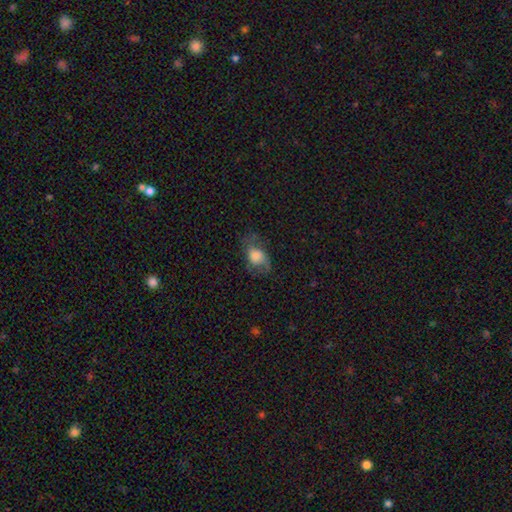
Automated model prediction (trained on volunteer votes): Smooth or featured: smooth — 63% (featured or disk — 27%)
How rounded: in between — 71% (round — 27%)
Merging: none — 49% (minor disturbance — 26%)